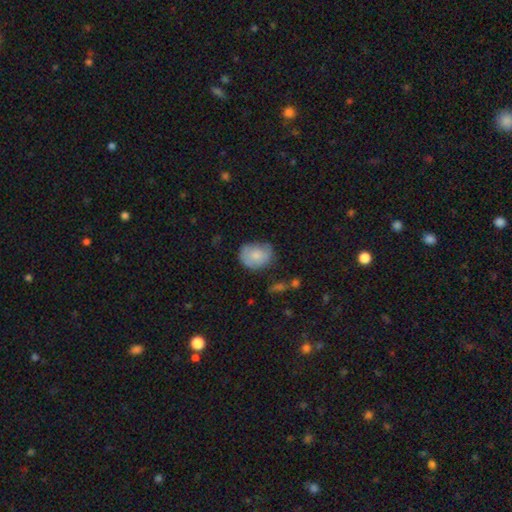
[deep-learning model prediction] This is likely a smooth galaxy (70%). How rounded: possibly round (54%). Merging: possibly none (58%).